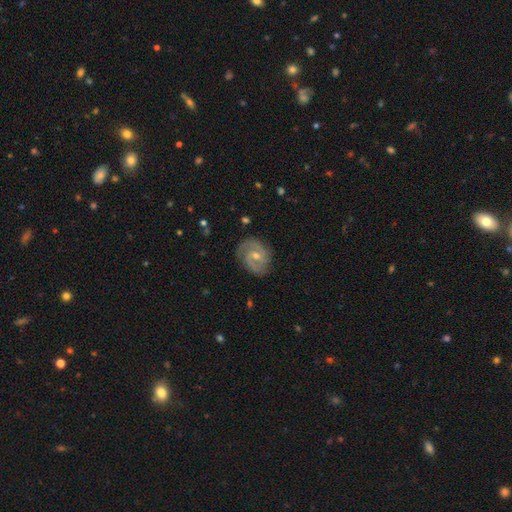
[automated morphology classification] smooth-or-featured: featured or disk: 85% | smooth: 9% | star or artifact: 6%
  disk-edge-on: no: 98% | yes: 2%
    bar: no: 47% | weak: 43% | strong: 9%
    has-spiral-arms: yes: 96% | no: 4%
      spiral-winding: medium: 45% | tight: 44% | loose: 11%
      spiral-arm-count: 2: 79% | can't tell: 8% | 3: 6% | 1: 3% | 4: 2% | more than 4: 2%
    bulge-size: moderate: 49% | small: 47% | none: 1% | large: 1% | dominant: 1%
  merging: none: 81% | minor disturbance: 14% | major disturbance: 4% | merger: 1%